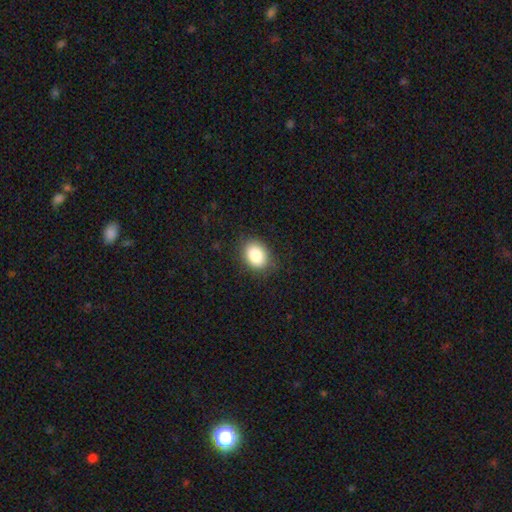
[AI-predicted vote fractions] smooth-or-featured: smooth: 86% | star or artifact: 8% | featured or disk: 6%
  how-rounded: in between: 64% | round: 36% | cigar-shaped: 1%
  merging: none: 84% | minor disturbance: 12% | major disturbance: 3% | merger: 1%